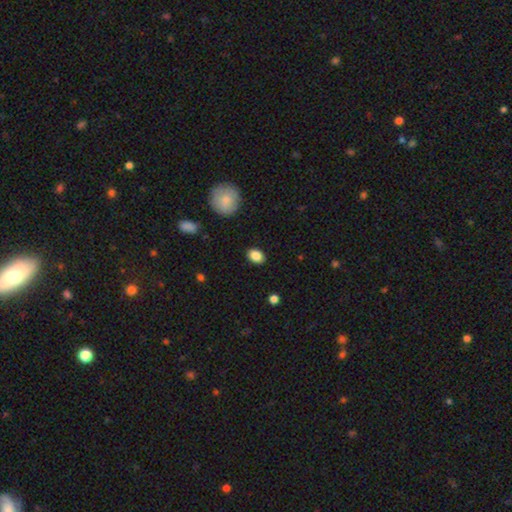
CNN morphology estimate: This appears to be a smooth galaxy with no disk features (87%) that is in between round and cigar-shaped (76%). Merging: none (89%).